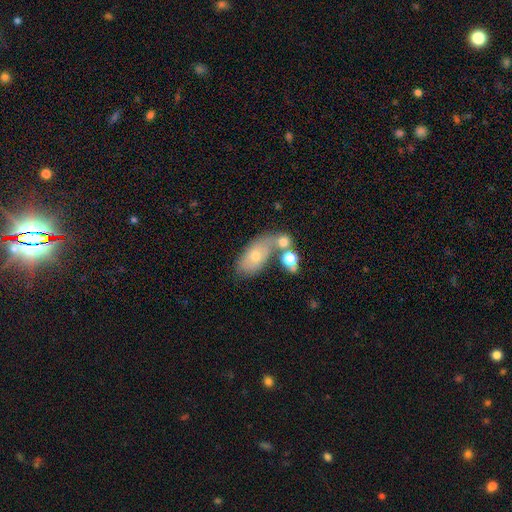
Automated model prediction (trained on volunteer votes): Q: Smooth or featured?
A: smooth (57%); runner-up: featured or disk (32%)
Q: How rounded?
A: in between (87%); runner-up: round (8%)
Q: Merging?
A: none (40%); runner-up: merger (34%)